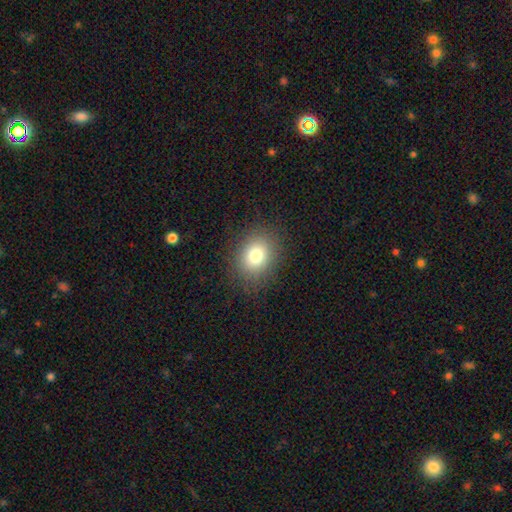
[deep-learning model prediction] The model was most divided on "how rounded": round: 52%, in between: 47%, cigar-shaped: 1%. More confident: merging — none (85%); smooth or featured — smooth (77%).